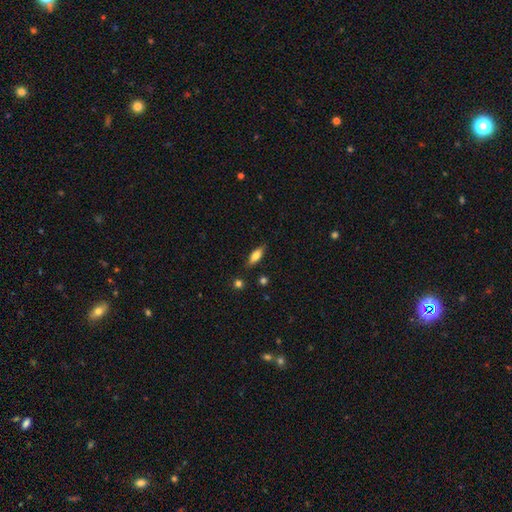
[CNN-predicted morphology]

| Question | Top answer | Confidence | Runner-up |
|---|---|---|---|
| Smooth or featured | smooth | 71% | featured or disk (22%) |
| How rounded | in between | 69% | cigar-shaped (28%) |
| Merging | none | 83% | minor disturbance (12%) |